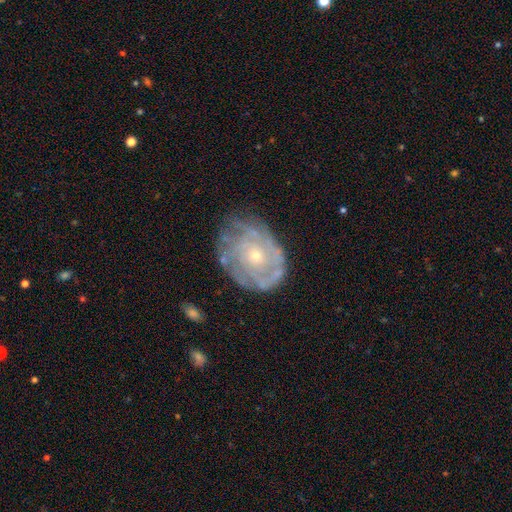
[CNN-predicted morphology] Smooth or featured: featured or disk — 77% (smooth — 16%)
Edge-on disk: no — 97% (yes — 3%)
Bar: no — 83% (weak — 14%)
Spiral arms: yes — 76% (no — 24%)
Spiral winding: tight — 67% (medium — 24%)
Spiral arm count: can't tell — 53% (2 — 14%)
Bulge size: small — 68% (moderate — 29%)
Merging: none — 65% (minor disturbance — 23%)